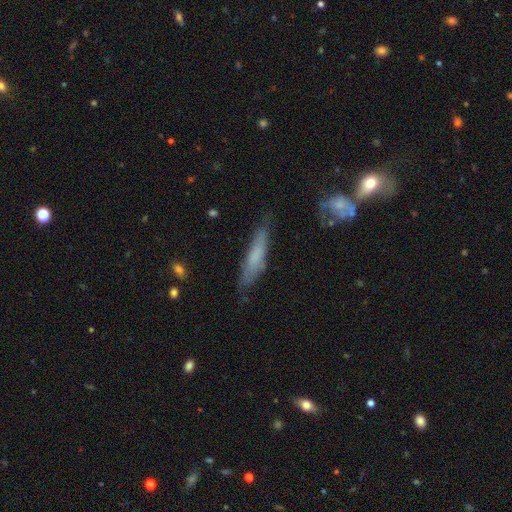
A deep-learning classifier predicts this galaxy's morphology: smooth_or_featured: smooth (p=0.62) [alt: featured or disk p=0.31]
how_rounded: cigar-shaped (p=0.82) [alt: in between p=0.17]
merging: none (p=0.71) [alt: minor disturbance p=0.20]